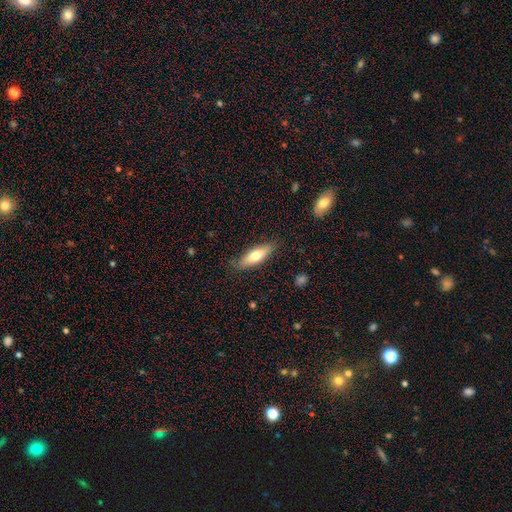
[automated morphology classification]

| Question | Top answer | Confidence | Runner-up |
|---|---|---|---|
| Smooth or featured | smooth | 67% | featured or disk (27%) |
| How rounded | cigar-shaped | 53% | in between (45%) |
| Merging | none | 84% | minor disturbance (12%) |